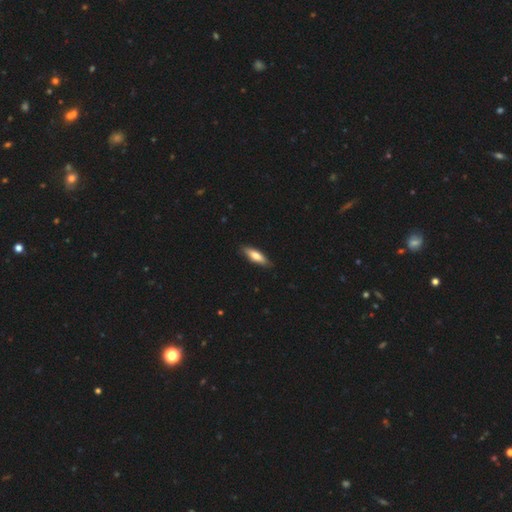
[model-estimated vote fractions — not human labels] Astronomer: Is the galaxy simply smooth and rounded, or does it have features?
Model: smooth — 74%.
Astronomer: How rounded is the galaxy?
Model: cigar-shaped — 49%, tied with in between at 49%.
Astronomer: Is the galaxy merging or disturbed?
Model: none — 86%.